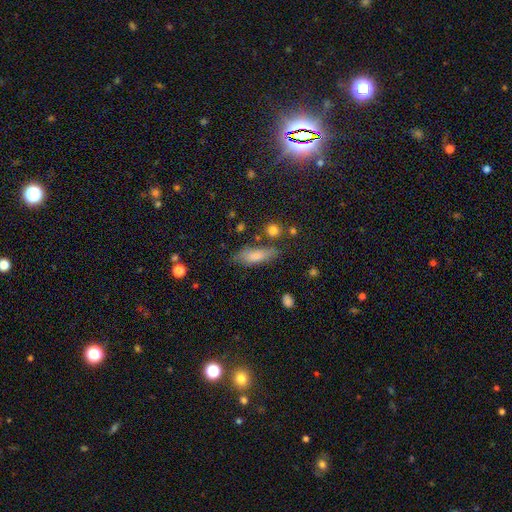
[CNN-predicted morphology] A smooth galaxy with no disk features (77%) that is in between round and cigar-shaped (61%). Merging: none (63%).